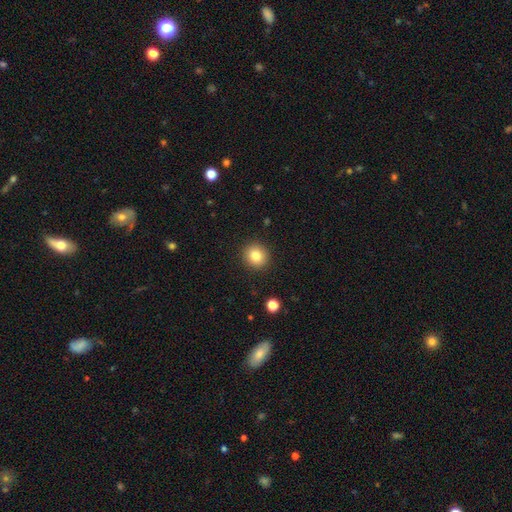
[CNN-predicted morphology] This is clearly a smooth galaxy (83%). How rounded: clearly round (87%). Merging: clearly none (91%).